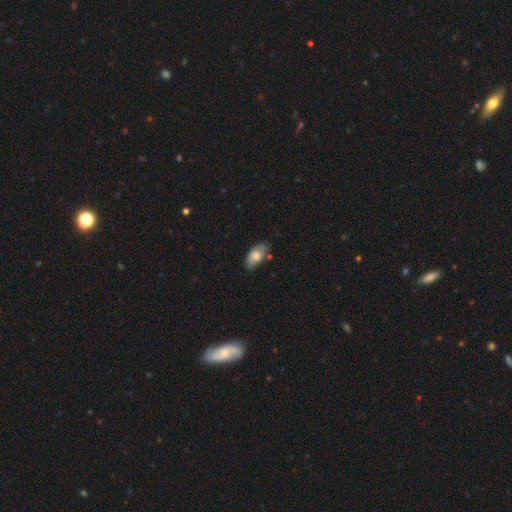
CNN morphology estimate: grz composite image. It shows a smooth galaxy with no disk features (74%) that is in between round and cigar-shaped (93%). Merging: none (67%).